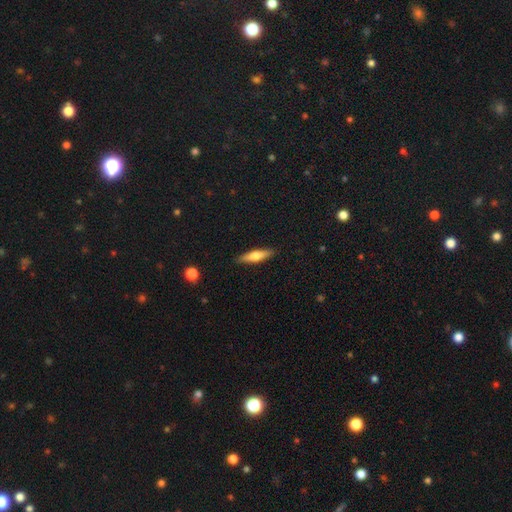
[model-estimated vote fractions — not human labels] smooth-or-featured: smooth: 57% | featured or disk: 37% | star or artifact: 6%
  how-rounded: cigar-shaped: 76% | in between: 23% | round: 2%
  merging: none: 89% | minor disturbance: 8% | major disturbance: 2% | merger: 1%